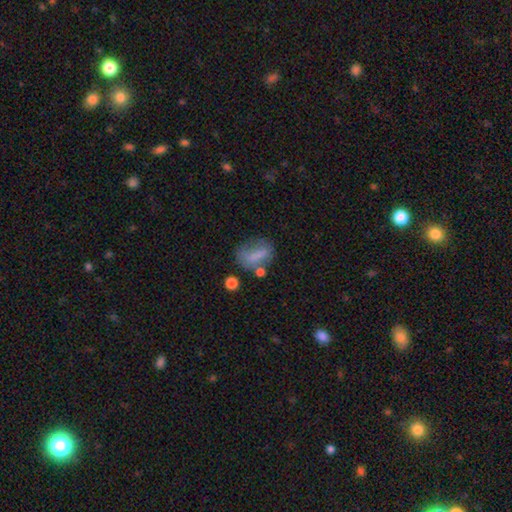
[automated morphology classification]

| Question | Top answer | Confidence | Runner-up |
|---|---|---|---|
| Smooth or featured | smooth | 64% | featured or disk (24%) |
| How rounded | in between | 64% | round (21%) |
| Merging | none | 50% | minor disturbance (23%) |